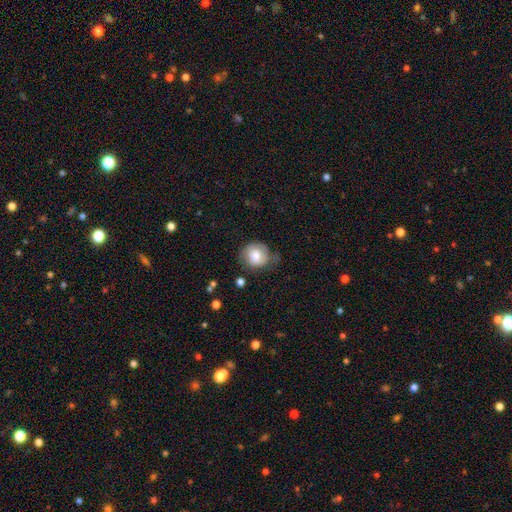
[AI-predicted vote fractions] The model was most divided on "merging": none: 57%, minor disturbance: 30%, major disturbance: 10%, merger: 3%. More confident: how rounded — round (79%); smooth or featured — smooth (73%).